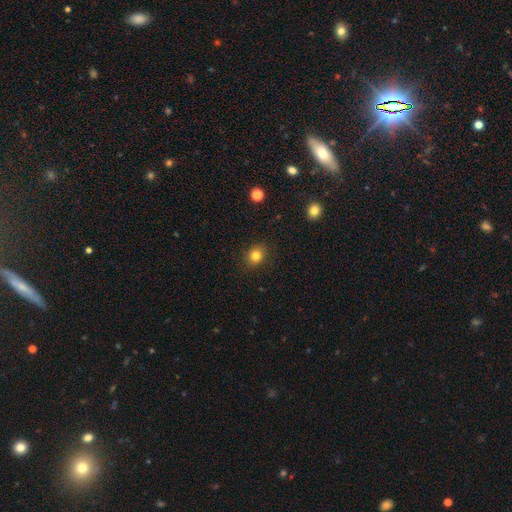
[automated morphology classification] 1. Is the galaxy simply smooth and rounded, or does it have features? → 81% smooth, 12% star or artifact, 6% featured or disk.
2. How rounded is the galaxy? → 67% round, 32% in between, 1% cigar-shaped.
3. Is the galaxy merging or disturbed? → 89% none, 8% minor disturbance, 2% major disturbance, 1% merger.